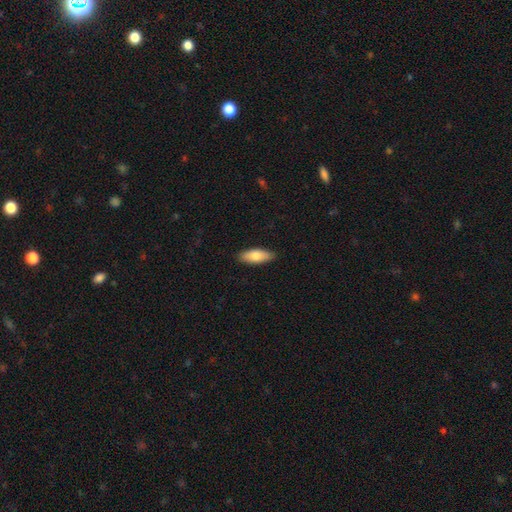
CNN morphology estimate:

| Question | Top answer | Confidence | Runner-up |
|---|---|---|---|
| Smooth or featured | smooth | 79% | featured or disk (15%) |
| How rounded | in between | 74% | cigar-shaped (23%) |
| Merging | none | 88% | minor disturbance (9%) |